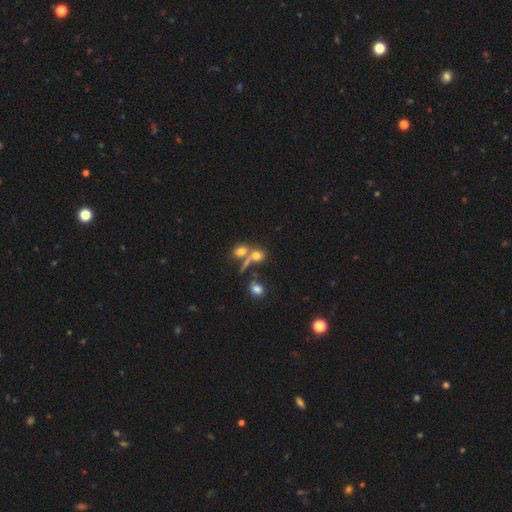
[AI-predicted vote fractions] Smooth or featured?
  - smooth: 69% *
  - star or artifact: 16%
  - featured or disk: 16%
How rounded?
  - round: 59% *
  - in between: 37%
  - cigar-shaped: 4%
Merging?
  - merger: 49% *
  - none: 35%
  - minor disturbance: 8%
  - major disturbance: 7%